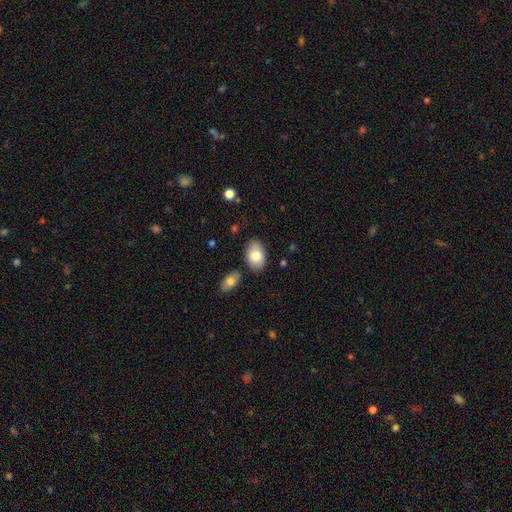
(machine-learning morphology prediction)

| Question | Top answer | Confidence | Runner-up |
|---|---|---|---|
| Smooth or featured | smooth | 79% | featured or disk (14%) |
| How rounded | in between | 90% | round (8%) |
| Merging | none | 78% | minor disturbance (14%) |